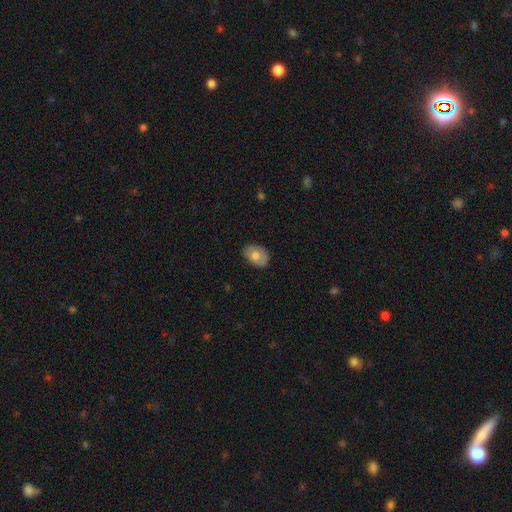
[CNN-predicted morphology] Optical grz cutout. It shows a smooth galaxy with no disk features (68%) that is in between round and cigar-shaped (74%). Merging: none (79%).